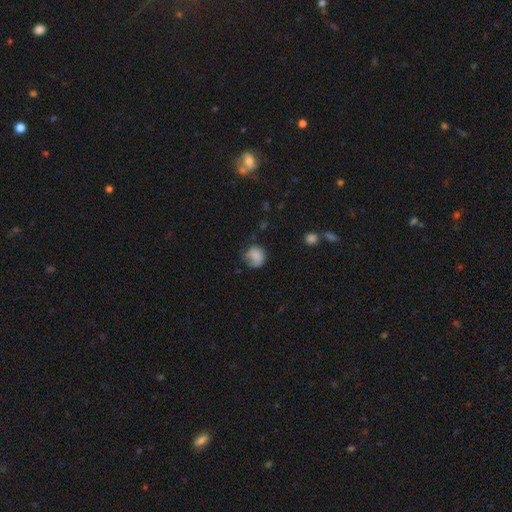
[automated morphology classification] Overall: smooth (74%). How rounded: round (73%). Merging: none (47%; minor disturbance 31%).